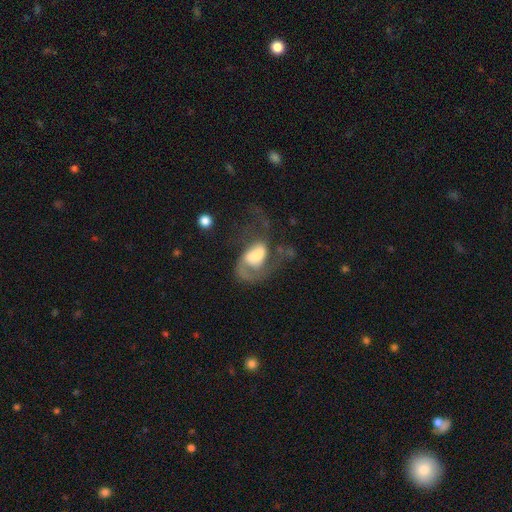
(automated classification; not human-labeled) Smooth or featured? Predicted: featured or disk (p=0.65). Edge-on disk? Predicted: no (p=0.97). Bar? Predicted: no (p=0.48). Spiral arms? Predicted: yes (p=0.81). Spiral winding? Predicted: loose (p=0.46). Spiral arm count? Predicted: 1 (p=0.43). Bulge size? Predicted: large (p=0.40). Merging? Predicted: major disturbance (p=0.57).